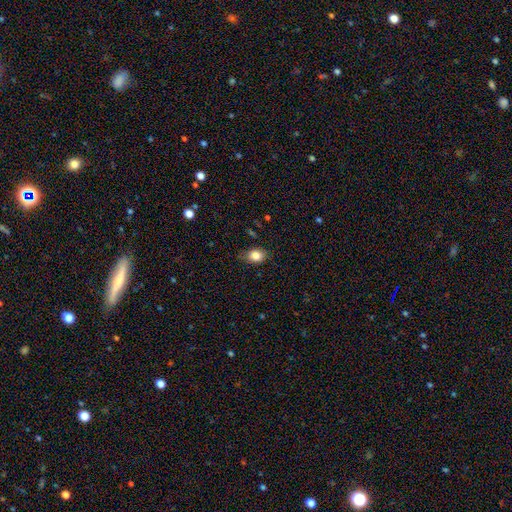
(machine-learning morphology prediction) Q: Smooth or featured?
A: smooth (84%); runner-up: star or artifact (9%)
Q: How rounded?
A: in between (63%); runner-up: round (36%)
Q: Merging?
A: none (75%); runner-up: minor disturbance (20%)